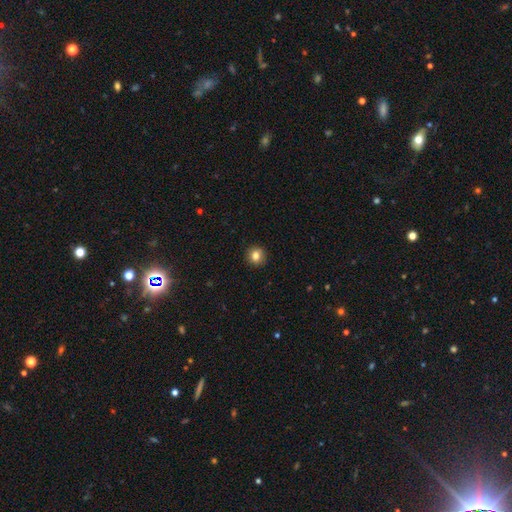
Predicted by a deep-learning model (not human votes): Q: Smooth or featured?
A: smooth (81%); runner-up: star or artifact (10%)
Q: How rounded?
A: round (90%); runner-up: in between (9%)
Q: Merging?
A: none (90%); runner-up: minor disturbance (7%)